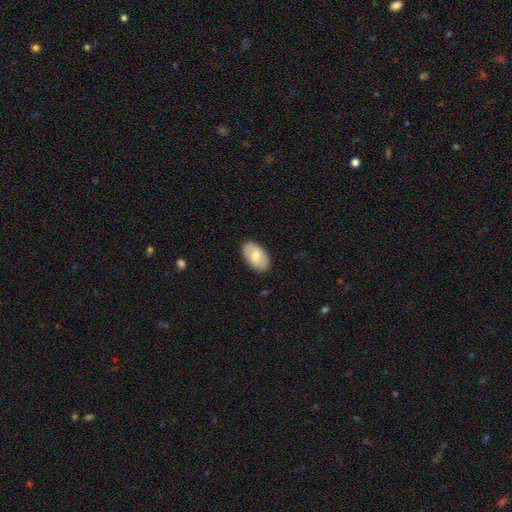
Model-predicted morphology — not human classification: A smooth galaxy with no disk features (67%) that is in between round and cigar-shaped (94%).

Vote fractions:
- Smooth or featured? smooth: 67% / featured or disk: 27% / star or artifact: 6%
- How rounded? in between: 94% / round: 5% / cigar-shaped: 1%
- Merging? none: 86% / minor disturbance: 11% / major disturbance: 2% / merger: 1%